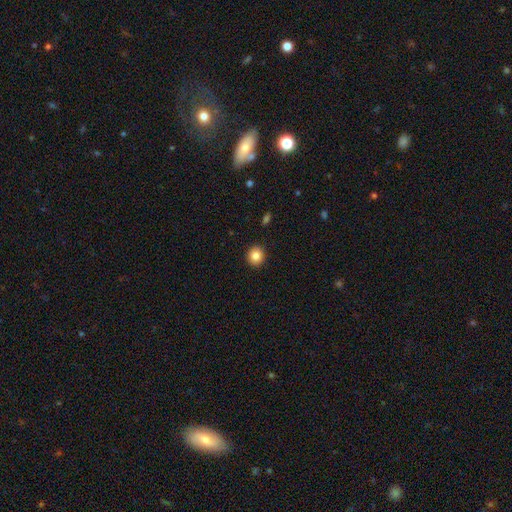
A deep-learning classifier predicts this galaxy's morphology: smooth 85%, star or artifact 10%, featured or disk 5%. Down the decision tree: how rounded — round (87%); merging — none (92%).